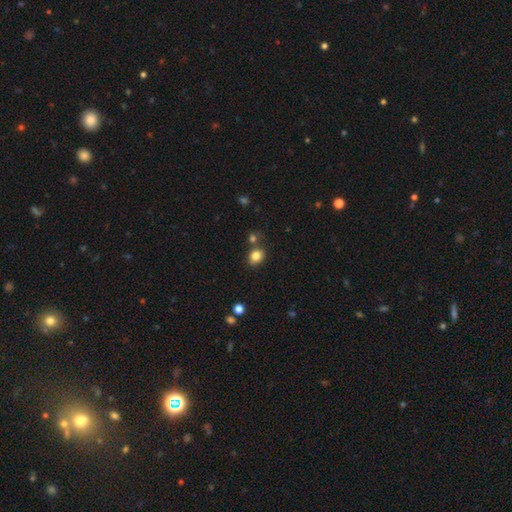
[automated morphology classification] Overall: smooth (82%). How rounded: round (58%; in between 41%). Merging: none (72%).